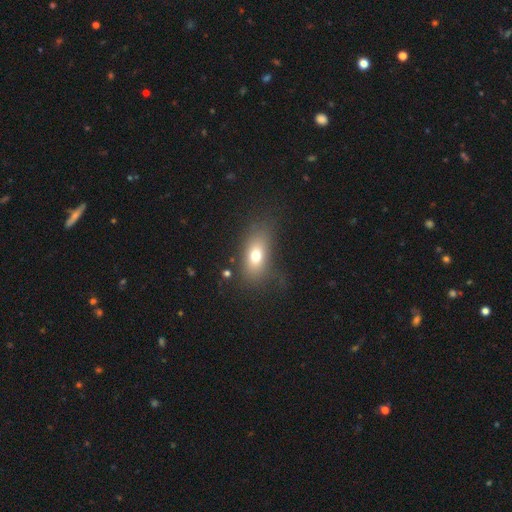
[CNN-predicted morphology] Smooth or featured?
  - smooth: 71% *
  - featured or disk: 17%
  - star or artifact: 12%
How rounded?
  - in between: 80% *
  - round: 14%
  - cigar-shaped: 7%
Merging?
  - none: 70% *
  - minor disturbance: 17%
  - major disturbance: 11%
  - merger: 2%